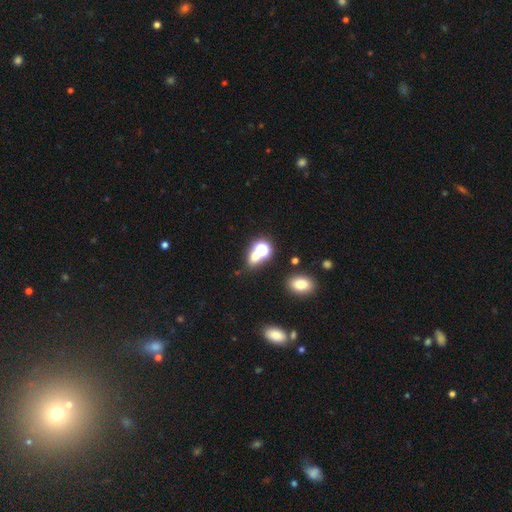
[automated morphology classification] Smooth or featured?
  - smooth: 53% *
  - star or artifact: 35%
  - featured or disk: 12%
How rounded?
  - round: 57% *
  - in between: 40%
  - cigar-shaped: 3%
Merging?
  - none: 51% *
  - merger: 34%
  - minor disturbance: 9%
  - major disturbance: 6%